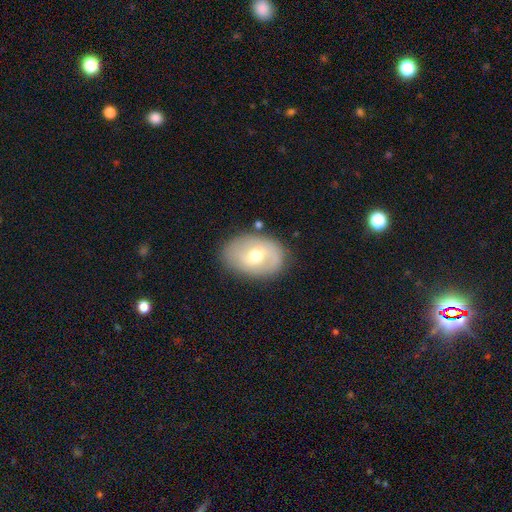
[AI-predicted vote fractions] Smooth or featured? Predicted: featured or disk (p=0.51). Edge-on disk? Predicted: no (p=0.93). Merging? Predicted: none (p=0.80).